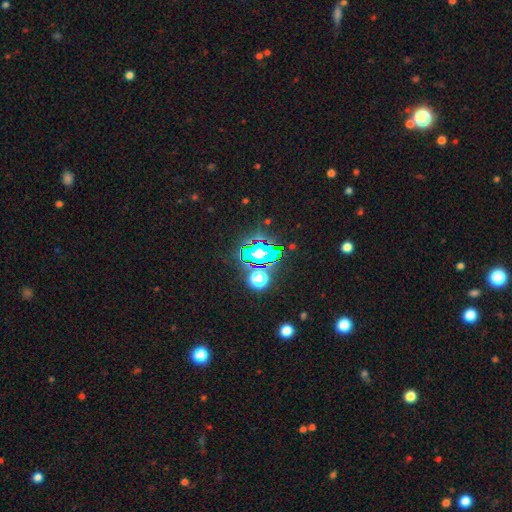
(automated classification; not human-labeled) Morphology: type=star or artifact (82%).